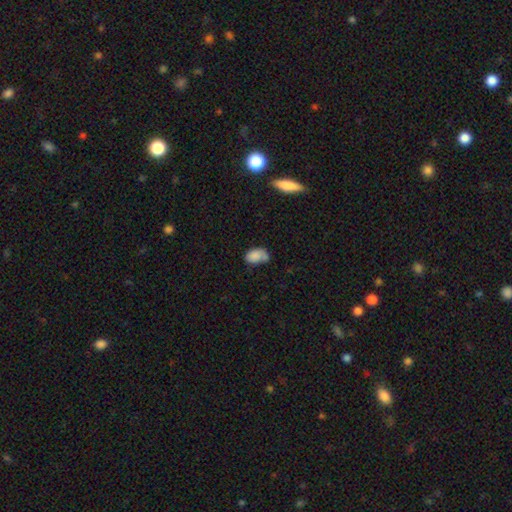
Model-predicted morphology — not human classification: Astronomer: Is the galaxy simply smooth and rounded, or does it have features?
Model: smooth — 82%.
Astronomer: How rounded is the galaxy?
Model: in between — 87%.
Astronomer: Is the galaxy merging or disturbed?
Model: none — 45% (runner-up: minor disturbance, 31%).